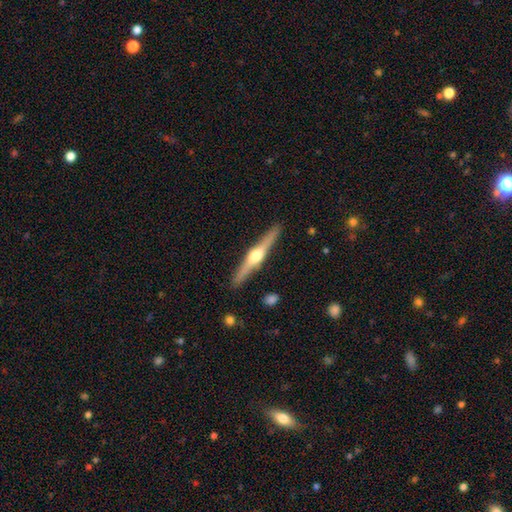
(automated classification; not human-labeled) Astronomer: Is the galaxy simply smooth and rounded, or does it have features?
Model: featured or disk — 79%.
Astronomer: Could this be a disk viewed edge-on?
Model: yes — 98%.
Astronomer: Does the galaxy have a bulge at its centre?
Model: rounded — 94%.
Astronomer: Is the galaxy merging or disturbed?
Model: none — 90%.